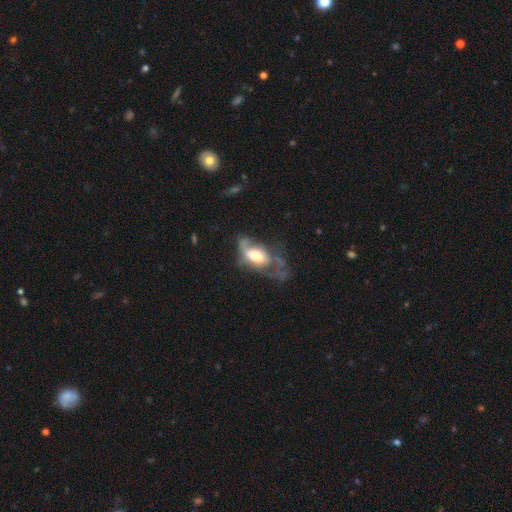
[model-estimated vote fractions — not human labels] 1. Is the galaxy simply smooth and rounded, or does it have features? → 50% smooth, 43% featured or disk, 8% star or artifact.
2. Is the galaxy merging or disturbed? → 52% major disturbance, 21% minor disturbance, 19% none, 9% merger.